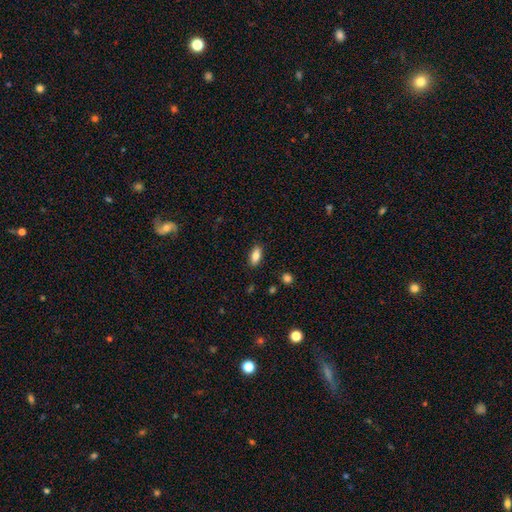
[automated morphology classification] The model was most divided on "smooth or featured": smooth: 81%, featured or disk: 11%, star or artifact: 8%. More confident: merging — none (88%); how rounded — in between (86%).